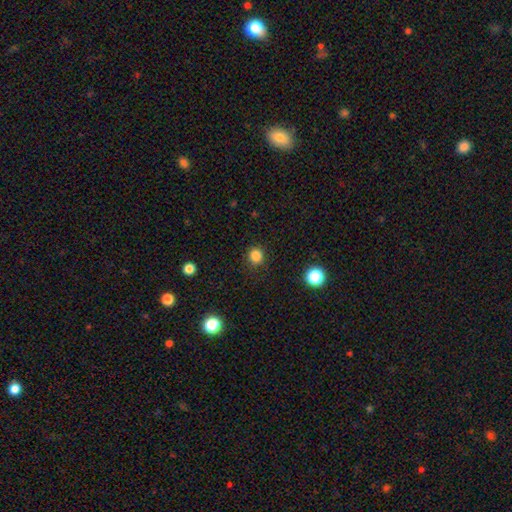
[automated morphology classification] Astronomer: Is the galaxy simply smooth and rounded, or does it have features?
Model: smooth — 84%.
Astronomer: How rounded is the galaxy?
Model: round — 90%.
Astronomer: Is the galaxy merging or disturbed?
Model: none — 89%.